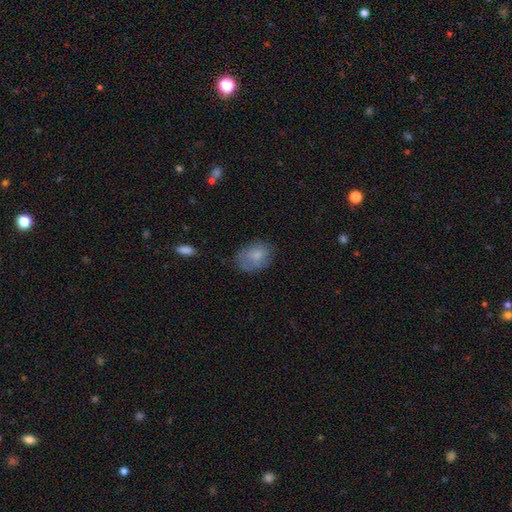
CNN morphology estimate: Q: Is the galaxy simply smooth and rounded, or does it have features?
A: smooth — 68%.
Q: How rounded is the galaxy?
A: in between — 72%.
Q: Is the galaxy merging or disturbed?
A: none — 61%.